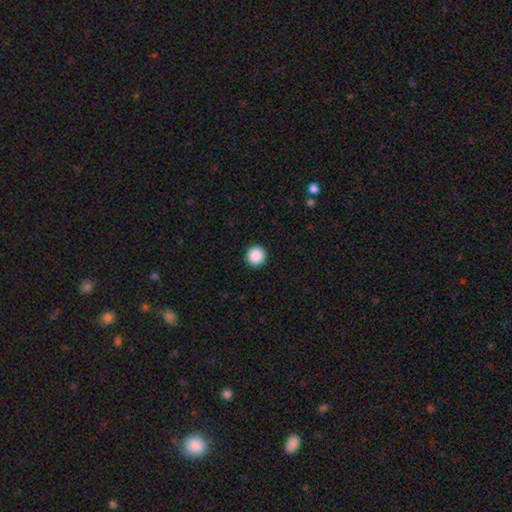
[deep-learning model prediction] smooth-or-featured: smooth: 89% | star or artifact: 9% | featured or disk: 2%
  how-rounded: round: 96% | in between: 3% | cigar-shaped: 1%
  merging: none: 93% | minor disturbance: 4% | major disturbance: 2% | merger: 1%